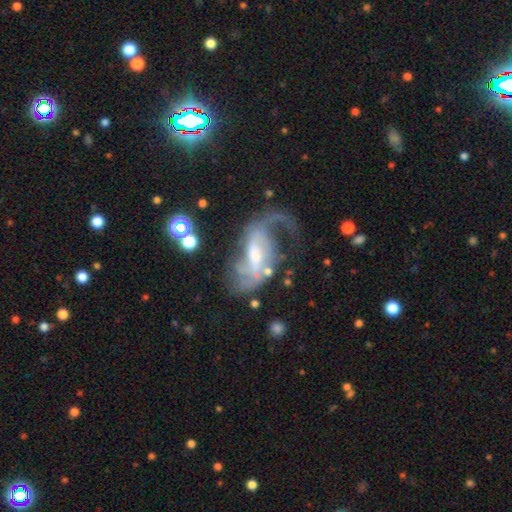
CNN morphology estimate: A featured or disk galaxy (84%) with a weak bar (46%), 2 (64%) loose (60%) spiral arms (92%) and a moderate central bulge (43%).

Vote fractions:
- Smooth or featured? featured or disk: 84% / smooth: 9% / star or artifact: 8%
- Edge-on disk? no: 95% / yes: 5%
- Bar? weak: 46% / strong: 34% / no: 20%
- Spiral arms? yes: 92% / no: 8%
- Spiral winding? loose: 60% / medium: 31% / tight: 9%
- Spiral arm count? 2: 64% / 1: 20% / can't tell: 9% / 3: 3% / 4: 2% / more than 4: 2%
- Bulge size? moderate: 43% / small: 38% / none: 10% / large: 8% / dominant: 2%
- Merging? none: 40% / major disturbance: 37% / minor disturbance: 17% / merger: 6%